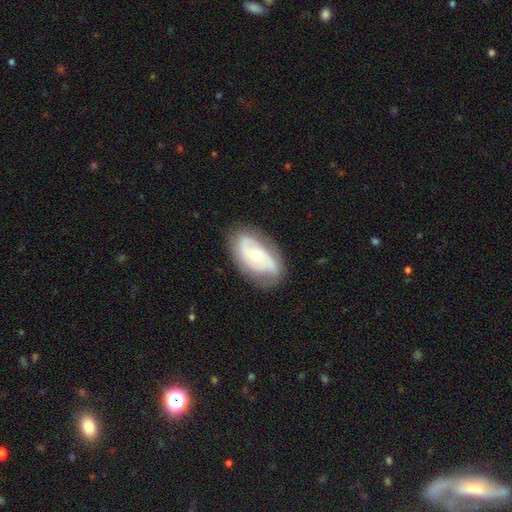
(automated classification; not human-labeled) smooth-or-featured: featured or disk: 74% | smooth: 21% | star or artifact: 5%
  disk-edge-on: no: 94% | yes: 6%
    bar: no: 67% | weak: 26% | strong: 8%
    has-spiral-arms: yes: 80% | no: 20%
      spiral-winding: tight: 46% | medium: 37% | loose: 17%
      spiral-arm-count: 2: 63% | can't tell: 22% | 1: 7% | 3: 5% | 4: 2% | more than 4: 2%
    bulge-size: moderate: 63% | small: 31% | large: 4% | none: 1% | dominant: 1%
  merging: none: 74% | minor disturbance: 18% | major disturbance: 6% | merger: 1%